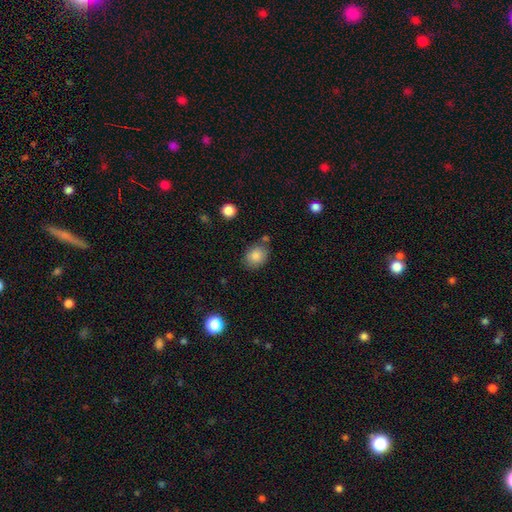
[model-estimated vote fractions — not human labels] A smooth galaxy with no disk features (85%) that is in between round and cigar-shaped (58%). Merging: none (73%).